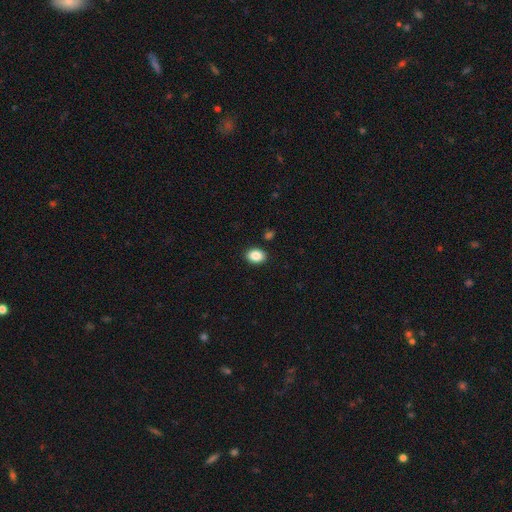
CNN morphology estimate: smooth 87%, star or artifact 8%, featured or disk 4%. Down the decision tree: how rounded — in between (67%); merging — none (90%).